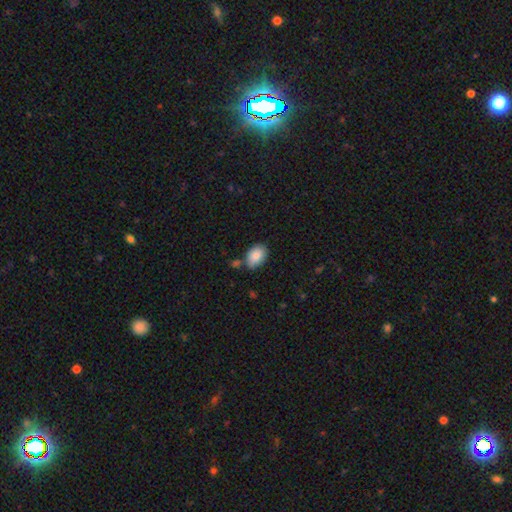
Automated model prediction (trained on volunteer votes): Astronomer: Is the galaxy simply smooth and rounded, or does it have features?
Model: smooth — 88%.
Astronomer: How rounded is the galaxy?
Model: in between — 87%.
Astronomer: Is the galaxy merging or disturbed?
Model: none — 68%.